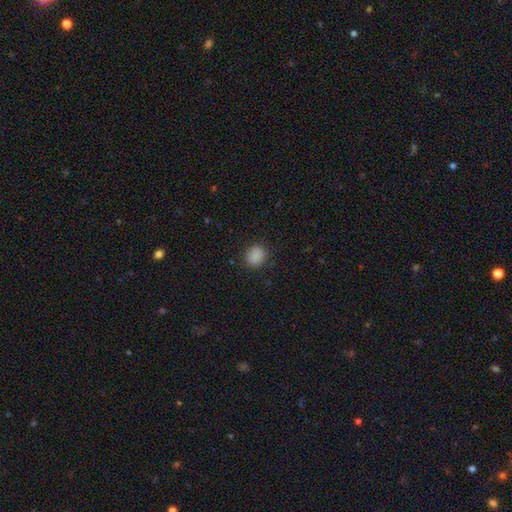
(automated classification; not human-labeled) smooth-or-featured: smooth: 87% | star or artifact: 10% | featured or disk: 3%
  how-rounded: round: 67% | in between: 32% | cigar-shaped: 1%
  merging: none: 87% | minor disturbance: 9% | major disturbance: 3% | merger: 1%